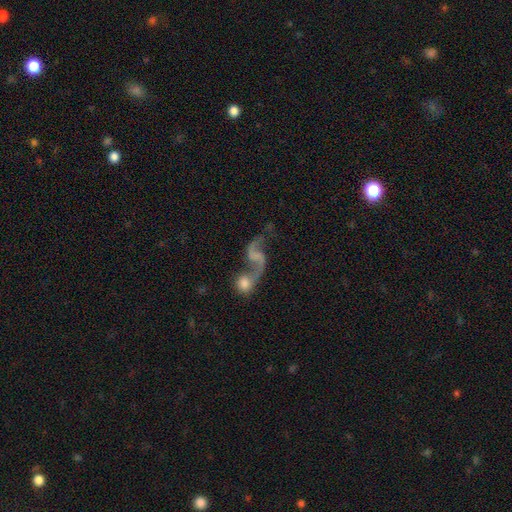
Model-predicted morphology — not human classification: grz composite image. It shows a featured or disk galaxy (80%) with no bar (50%), 2 (90%) loose (87%) spiral arms (92%) and no central bulge (53%). Merging: merger (48%).